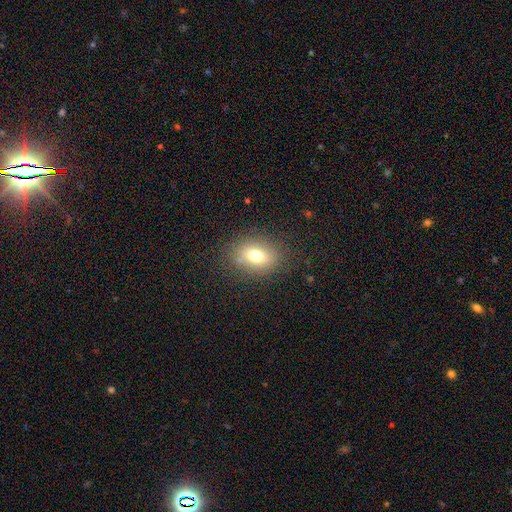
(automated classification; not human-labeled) Smooth or featured? smooth (72%)
How rounded? in between (71%)
Merging? none (81%)